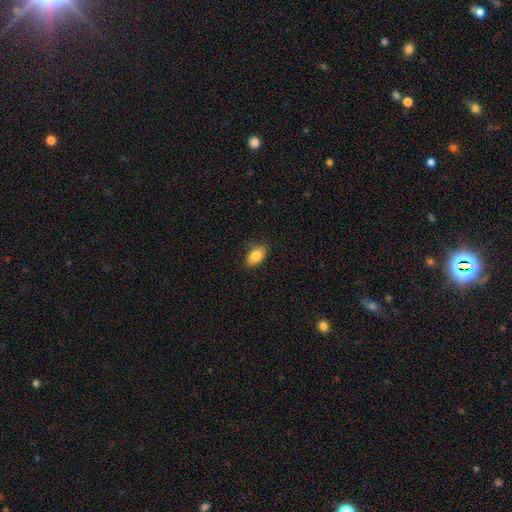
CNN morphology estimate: smooth 84%, featured or disk 8%, star or artifact 8%. Down the decision tree: how rounded — in between (89%); merging — none (77%).